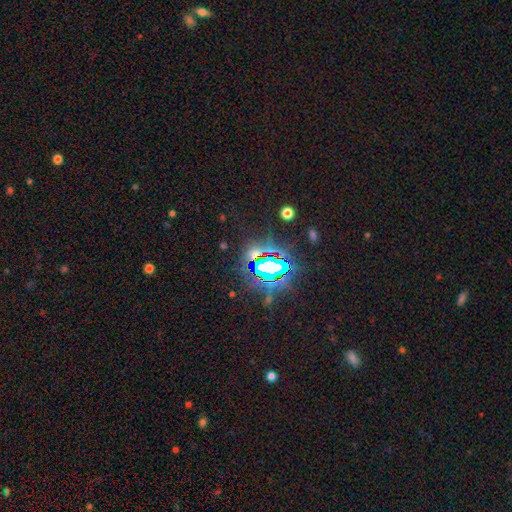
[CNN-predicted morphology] Smooth or featured?
  - star or artifact: 73% *
  - smooth: 16%
  - featured or disk: 11%